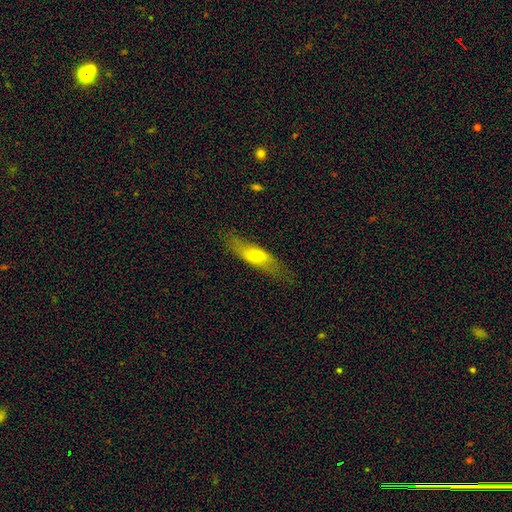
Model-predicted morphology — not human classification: This is possibly a smooth galaxy (52%). How rounded: possibly cigar-shaped (52%). Merging: likely none (73%).